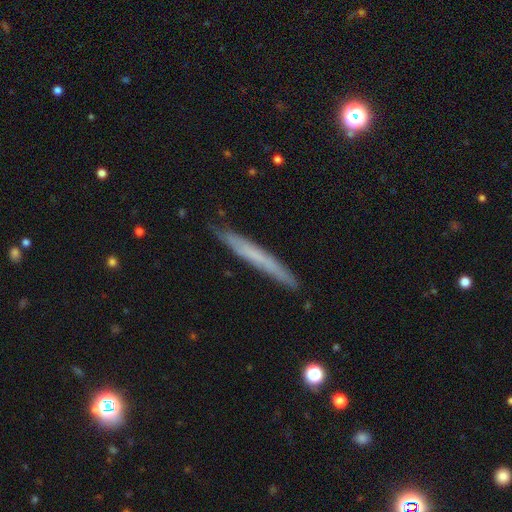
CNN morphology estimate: The model was most divided on "smooth or featured": smooth: 52%, featured or disk: 41%, star or artifact: 7%. More confident: how rounded — cigar-shaped (96%); merging — none (86%).